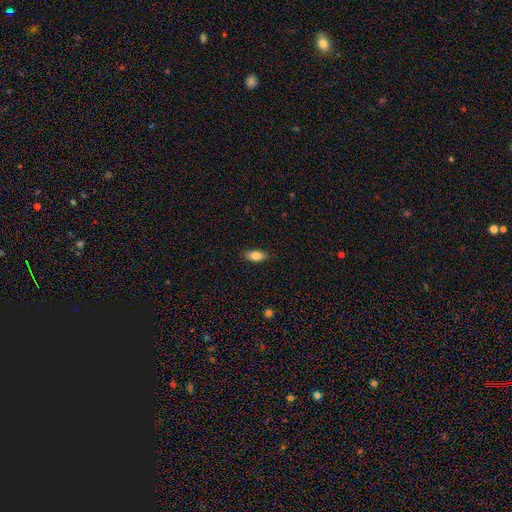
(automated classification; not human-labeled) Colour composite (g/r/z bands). It shows a smooth galaxy with no disk features (86%) that is in between round and cigar-shaped (88%). Merging: none (87%).